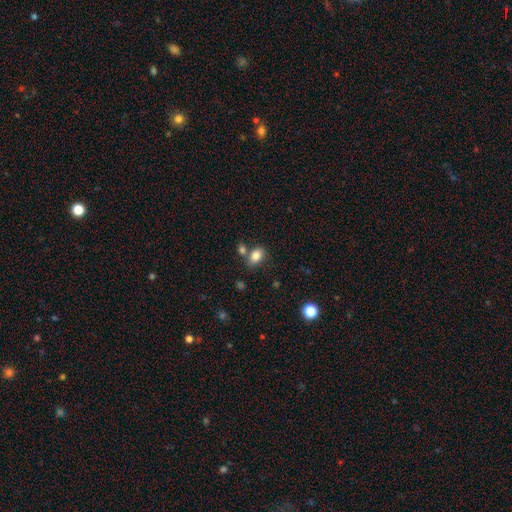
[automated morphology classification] Smooth or featured? smooth (83%)
How rounded? in between (81%)
Merging? none (61%)